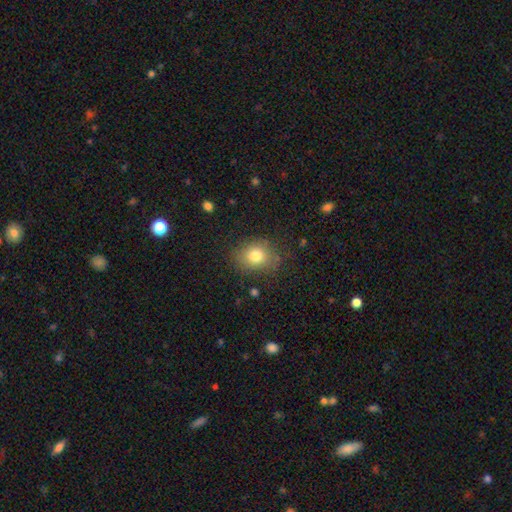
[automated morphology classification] Smooth or featured? smooth (79%)
How rounded? round (50%)
Merging? none (78%)